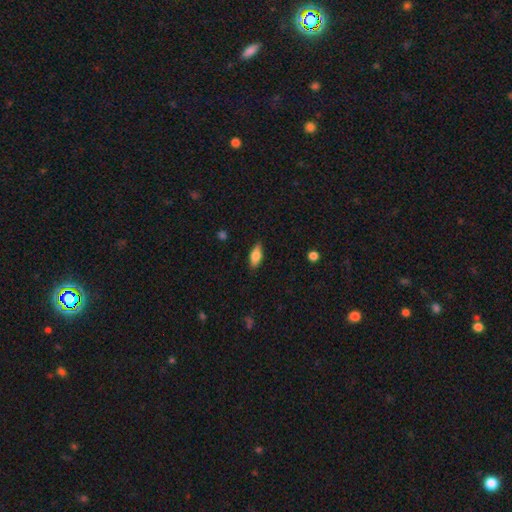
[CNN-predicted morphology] type=smooth (79%); roundness=in between (82%); merging=none (85%).